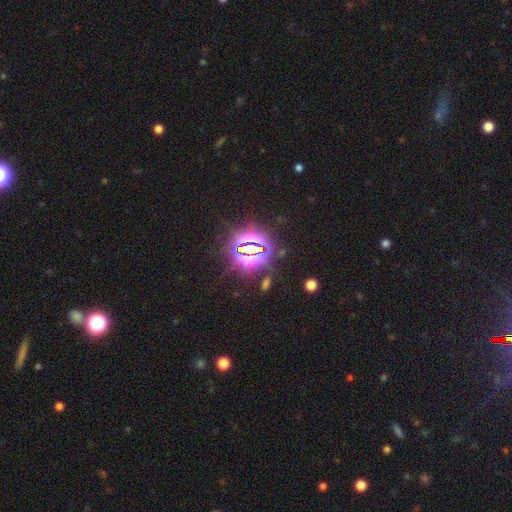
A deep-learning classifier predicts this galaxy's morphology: The model was most divided on "smooth or featured": star or artifact: 83%, smooth: 9%, featured or disk: 8%.